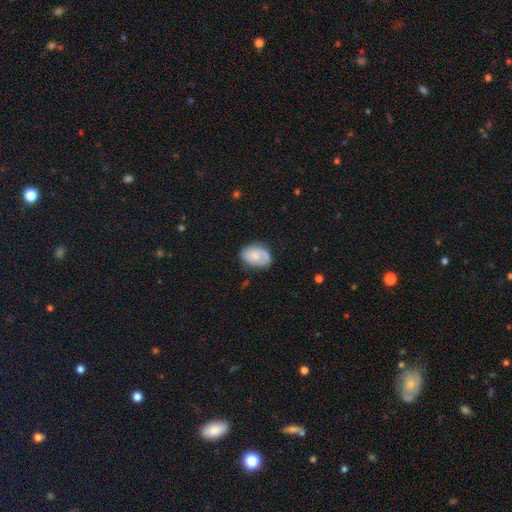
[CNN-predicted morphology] The model was most divided on "smooth or featured": smooth: 54%, featured or disk: 38%, star or artifact: 7%. More confident: how rounded — in between (73%); merging — none (66%).